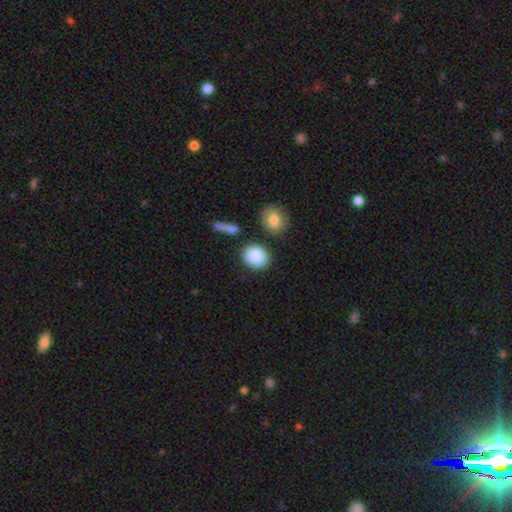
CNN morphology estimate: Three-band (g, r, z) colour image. It shows a smooth galaxy with no disk features (88%) that is round (61%). Merging: none (78%).